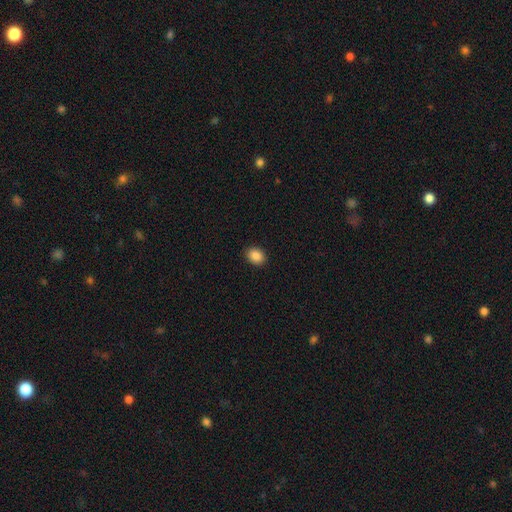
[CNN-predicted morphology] Overall: smooth (87%). How rounded: in between (55%; round 44%). Merging: none (91%).